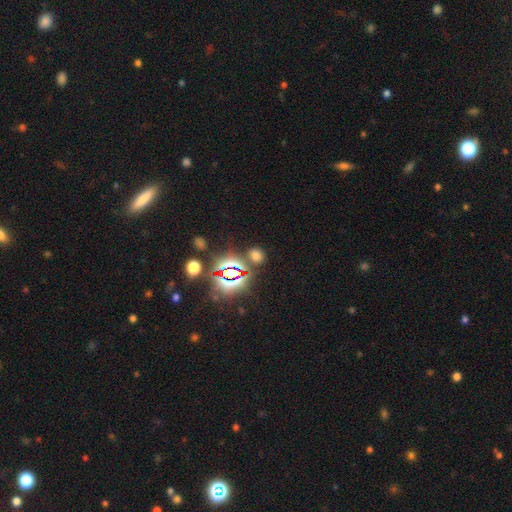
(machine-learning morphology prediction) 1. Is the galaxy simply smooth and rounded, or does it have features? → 55% smooth, 39% star or artifact, 6% featured or disk.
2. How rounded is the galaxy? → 60% round, 39% in between, 2% cigar-shaped.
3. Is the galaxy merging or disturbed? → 79% none, 10% minor disturbance, 7% merger, 4% major disturbance.